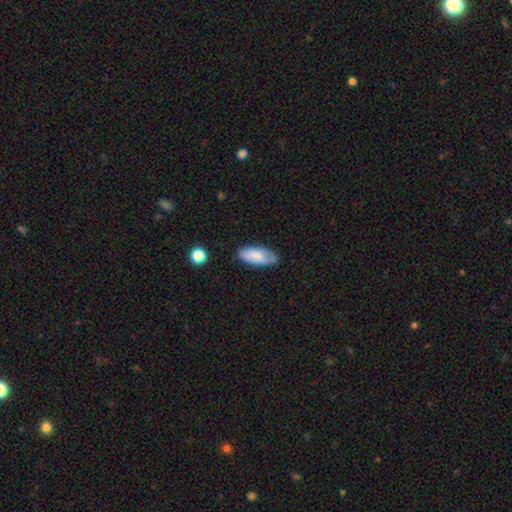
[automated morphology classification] Smooth or featured? smooth (76%)
How rounded? in between (87%)
Merging? none (71%)